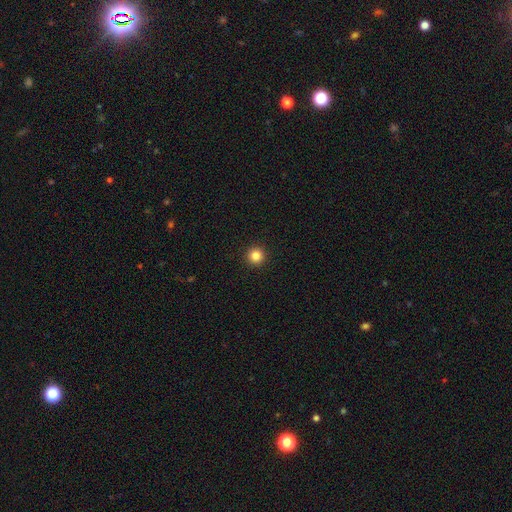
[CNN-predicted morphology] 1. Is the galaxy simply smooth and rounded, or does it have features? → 85% smooth, 12% star or artifact, 4% featured or disk.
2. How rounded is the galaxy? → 96% round, 3% in between, 1% cigar-shaped.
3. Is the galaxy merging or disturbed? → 94% none, 4% minor disturbance, 1% major disturbance, 1% merger.